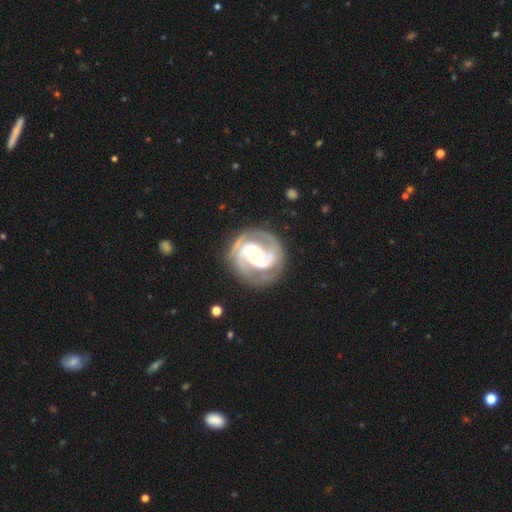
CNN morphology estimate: Smooth or featured: featured or disk — 90% (smooth — 5%)
Edge-on disk: no — 98% (yes — 2%)
Bar: no — 41% (weak — 38%)
Spiral arms: yes — 98% (no — 2%)
Spiral winding: tight — 55% (medium — 38%)
Spiral arm count: 2 — 67% (3 — 16%)
Bulge size: small — 57% (moderate — 30%)
Merging: none — 75% (minor disturbance — 16%)